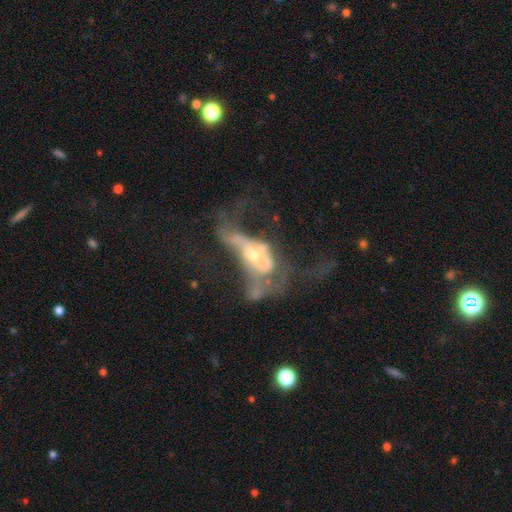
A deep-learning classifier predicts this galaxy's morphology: This is likely a featured or disk galaxy (63%). It is clearly not viewed edge-on (91%). Bar: likely no (70%). Spiral arm pattern: likely no (70%). Central bulge: possibly moderate (48%). Merging: possibly major disturbance (48%).